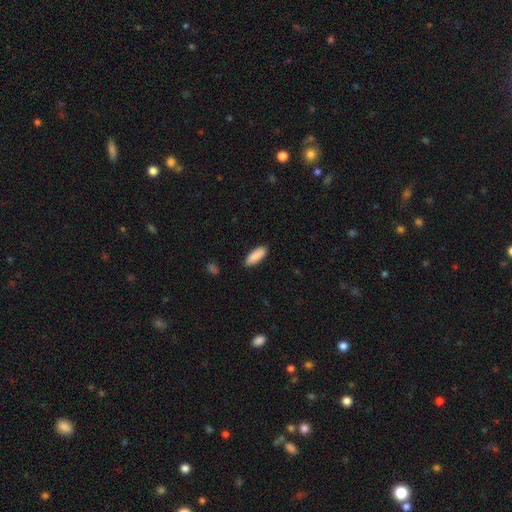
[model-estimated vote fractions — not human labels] A smooth galaxy with no disk features (90%) that is in between round and cigar-shaped (70%).

Vote fractions:
- Smooth or featured? smooth: 90% / star or artifact: 6% / featured or disk: 5%
- How rounded? in between: 70% / cigar-shaped: 28% / round: 2%
- Merging? none: 87% / minor disturbance: 10% / major disturbance: 2% / merger: 1%